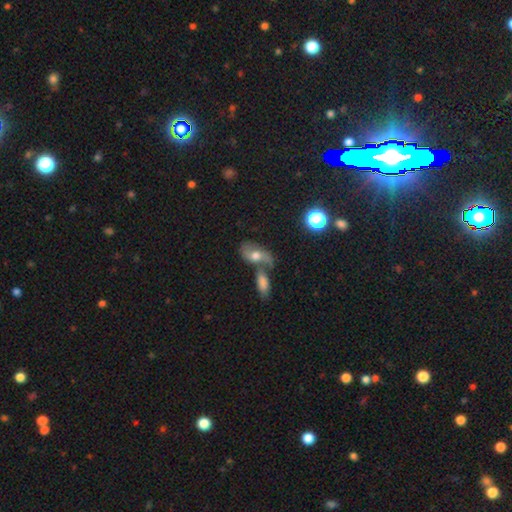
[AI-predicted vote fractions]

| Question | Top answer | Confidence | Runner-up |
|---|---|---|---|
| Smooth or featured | smooth | 48% | featured or disk (41%) |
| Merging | merger | 49% | none (30%) |